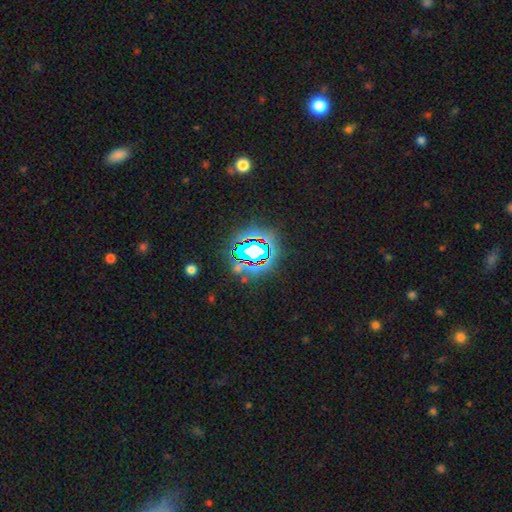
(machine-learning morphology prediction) star or artifact 75%, smooth 14%, featured or disk 10%.